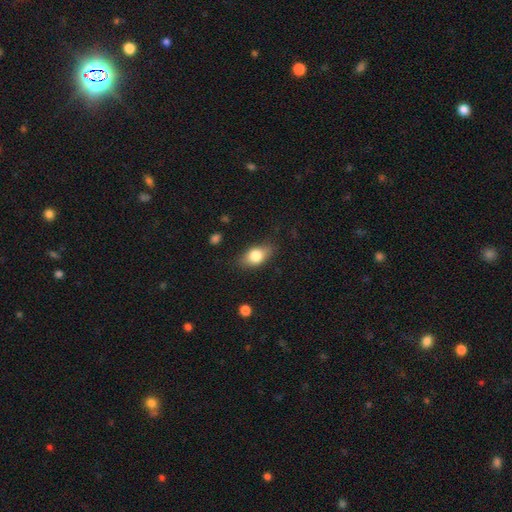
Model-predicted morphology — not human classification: Q: Smooth or featured?
A: smooth (75%); runner-up: featured or disk (17%)
Q: How rounded?
A: in between (82%); runner-up: round (13%)
Q: Merging?
A: none (79%); runner-up: minor disturbance (16%)